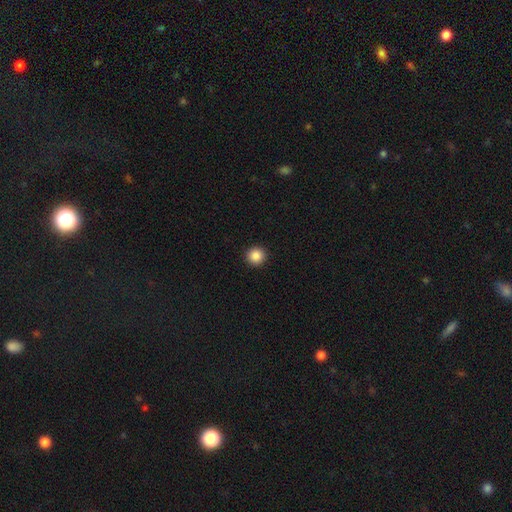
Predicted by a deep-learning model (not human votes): Smooth or featured?
  - smooth: 88% *
  - star or artifact: 9%
  - featured or disk: 3%
How rounded?
  - round: 96% *
  - in between: 3%
  - cigar-shaped: 1%
Merging?
  - none: 93% *
  - minor disturbance: 4%
  - major disturbance: 1%
  - merger: 1%